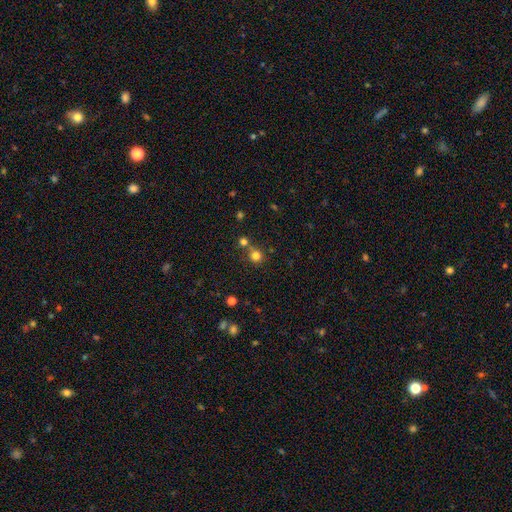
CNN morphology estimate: Smooth or featured? Predicted: smooth (p=0.77). How rounded? Predicted: round (p=0.91). Merging? Predicted: none (p=0.64).